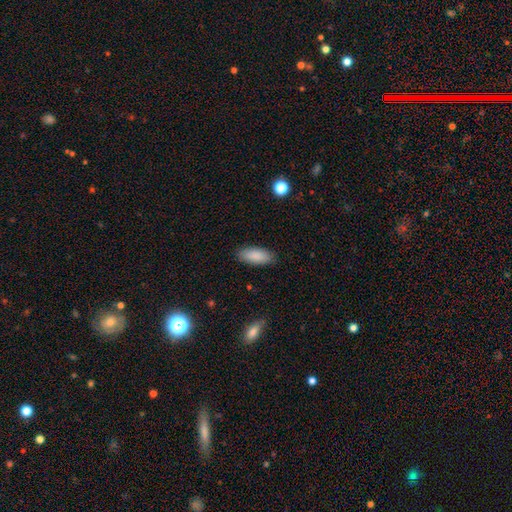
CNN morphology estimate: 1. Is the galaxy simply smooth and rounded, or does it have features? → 88% smooth, 6% star or artifact, 5% featured or disk.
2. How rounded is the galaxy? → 81% in between, 18% cigar-shaped, 2% round.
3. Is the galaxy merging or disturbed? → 88% none, 9% minor disturbance, 2% major disturbance, 1% merger.